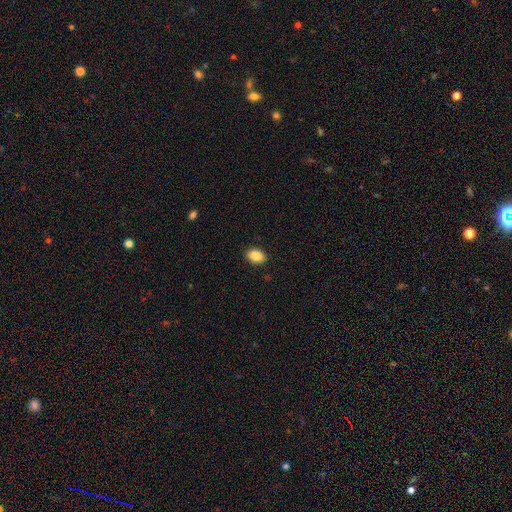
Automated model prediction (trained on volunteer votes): This appears to be a smooth galaxy with no disk features (88%) that is in between round and cigar-shaped (83%). Merging: none (89%).